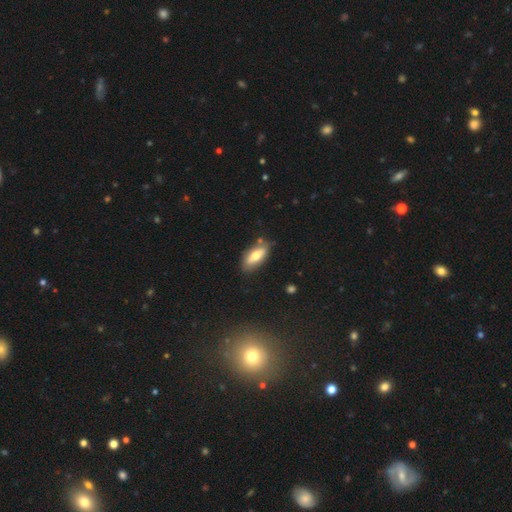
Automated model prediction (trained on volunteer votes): A smooth galaxy with no disk features (64%) that is in between round and cigar-shaped (84%).

Vote fractions:
- Smooth or featured? smooth: 64% / featured or disk: 30% / star or artifact: 6%
- How rounded? in between: 84% / cigar-shaped: 14% / round: 2%
- Merging? none: 73% / minor disturbance: 18% / merger: 5% / major disturbance: 4%